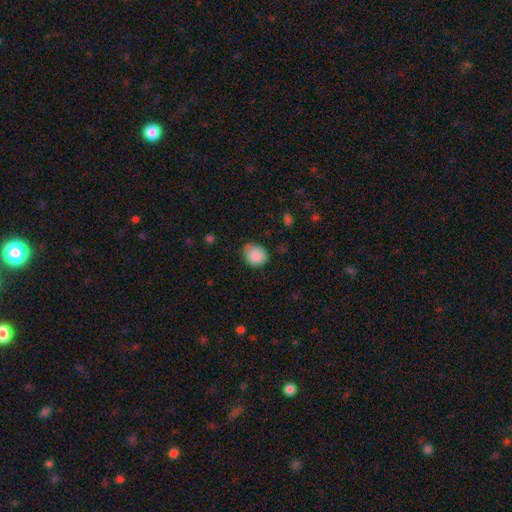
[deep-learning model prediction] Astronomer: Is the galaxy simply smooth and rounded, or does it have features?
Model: smooth — 88%.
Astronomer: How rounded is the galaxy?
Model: round — 66%.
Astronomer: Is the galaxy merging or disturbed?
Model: none — 65%.